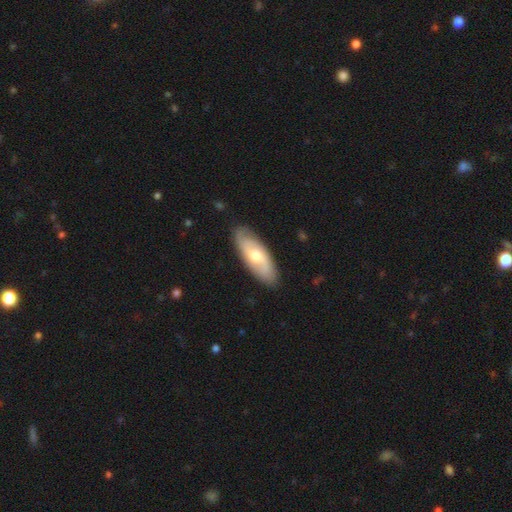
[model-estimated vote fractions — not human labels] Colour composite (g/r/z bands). It shows a featured or disk galaxy (53%). Merging: none (86%).